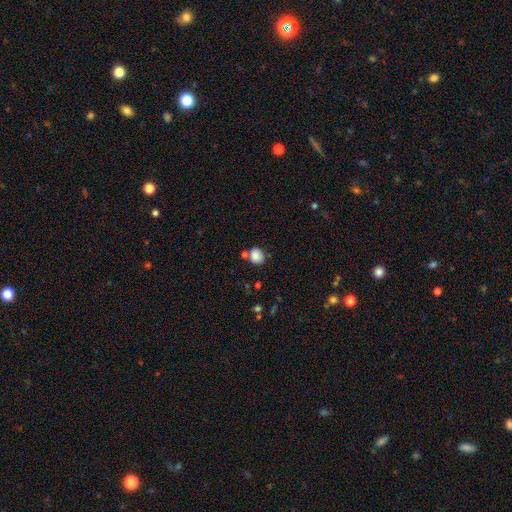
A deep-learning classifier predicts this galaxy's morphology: smooth 86%, star or artifact 9%, featured or disk 5%. Down the decision tree: how rounded — round (73%); merging — none (67%).